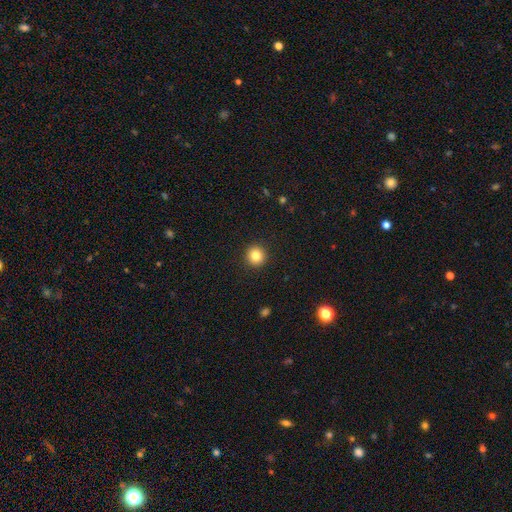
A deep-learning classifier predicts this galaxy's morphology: Smooth or featured: smooth — 83% (star or artifact — 11%)
How rounded: round — 94% (in between — 5%)
Merging: none — 93% (minor disturbance — 4%)